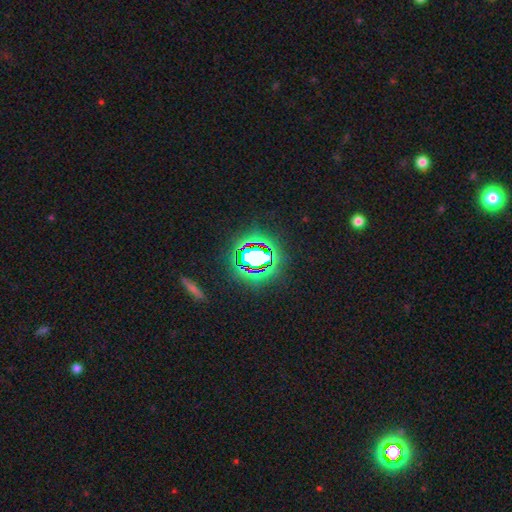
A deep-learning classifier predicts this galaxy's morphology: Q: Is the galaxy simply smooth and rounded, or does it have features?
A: star or artifact — 70%.